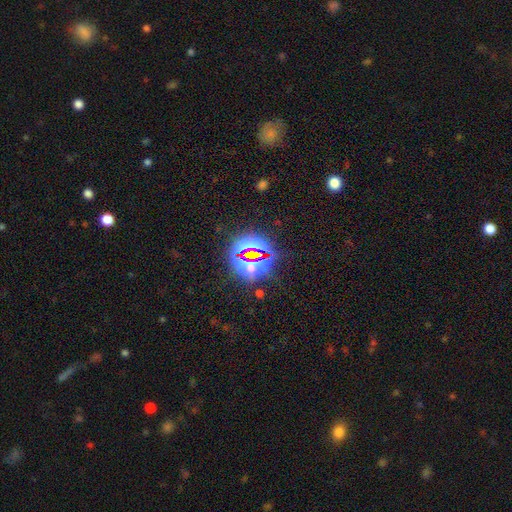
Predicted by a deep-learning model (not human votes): Smooth or featured: star or artifact — 77% (smooth — 14%)